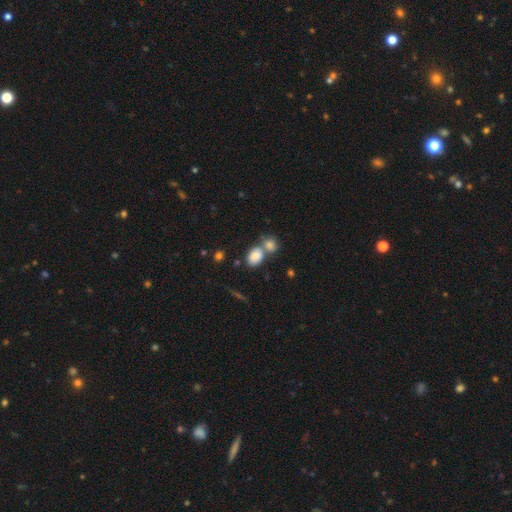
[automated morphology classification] smooth_or_featured: smooth (p=0.83) [alt: featured or disk p=0.08]
how_rounded: in between (p=0.75) [alt: round p=0.24]
merging: merger (p=0.49) [alt: none p=0.38]